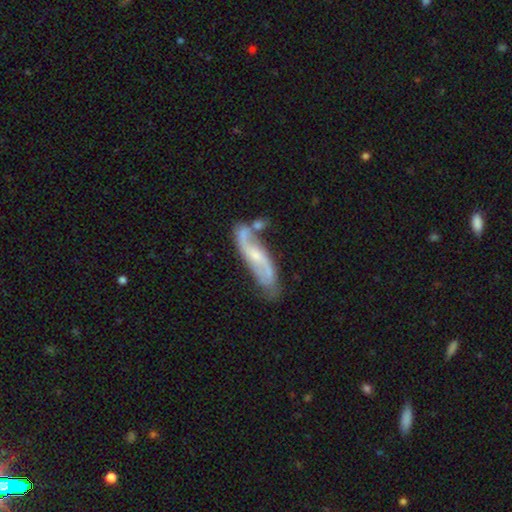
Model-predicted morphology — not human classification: Smooth or featured? featured or disk (76%)
Edge-on disk? no (82%)
Bar? no (47%)
Spiral arms? yes (91%)
Spiral winding? loose (60%)
Spiral arm count? 2 (87%)
Bulge size? small (57%)
Merging? none (45%)